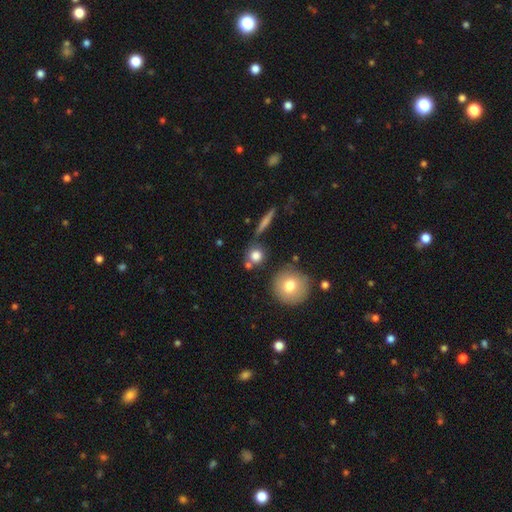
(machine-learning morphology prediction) smooth_or_featured: smooth (p=0.78) [alt: star or artifact p=0.12]
how_rounded: round (p=0.87) [alt: in between p=0.11]
merging: none (p=0.71) [alt: merger p=0.15]